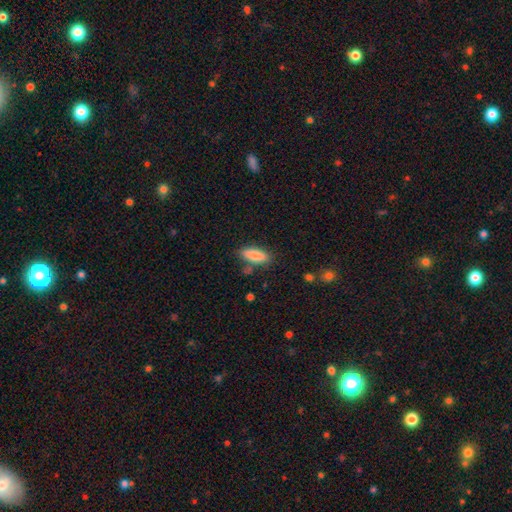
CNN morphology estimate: This appears to be a smooth galaxy with no disk features (85%) that is in between round and cigar-shaped (60%). Merging: none (73%).